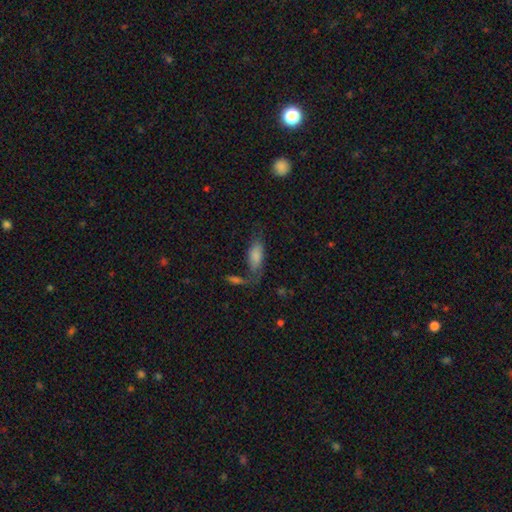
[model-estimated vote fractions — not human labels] smooth-or-featured: smooth: 78% | featured or disk: 14% | star or artifact: 8%
  how-rounded: in between: 84% | cigar-shaped: 13% | round: 3%
  merging: none: 46% | minor disturbance: 24% | merger: 16% | major disturbance: 15%